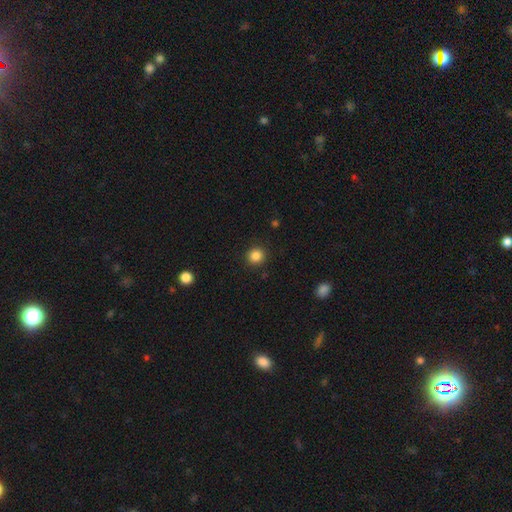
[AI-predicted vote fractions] A smooth galaxy with no disk features (85%) that is round (93%). Merging: none (91%).